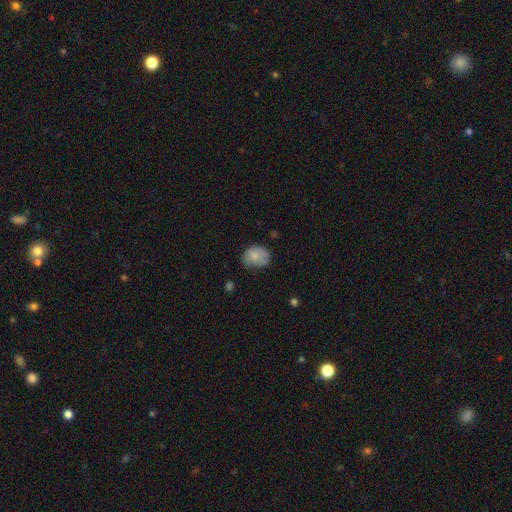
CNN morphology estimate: Smooth or featured? Predicted: smooth (p=0.77). How rounded? Predicted: round (p=0.50). Merging? Predicted: none (p=0.46).